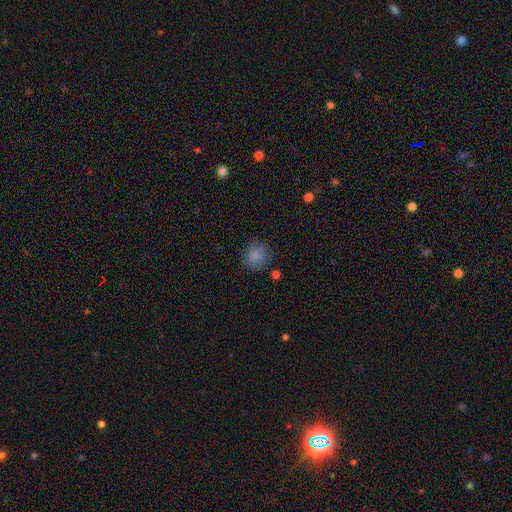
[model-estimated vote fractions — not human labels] This is clearly a smooth galaxy (85%). How rounded: clearly round (86%). Merging: clearly none (81%).